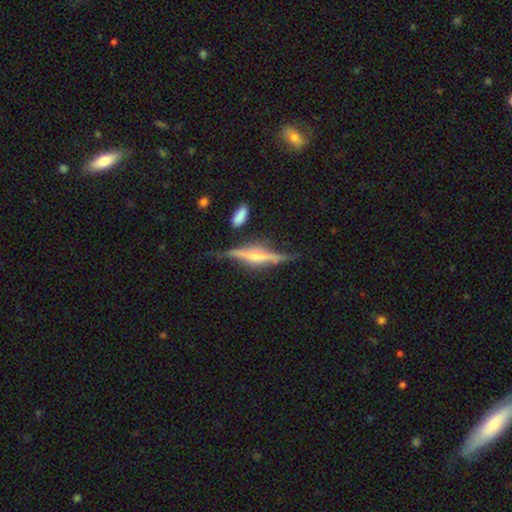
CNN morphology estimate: Smooth or featured: featured or disk — 80% (smooth — 14%)
Edge-on disk: yes — 95% (no — 5%)
Edge-on bulge: rounded — 58% (boxy — 28%)
Merging: none — 68% (minor disturbance — 20%)